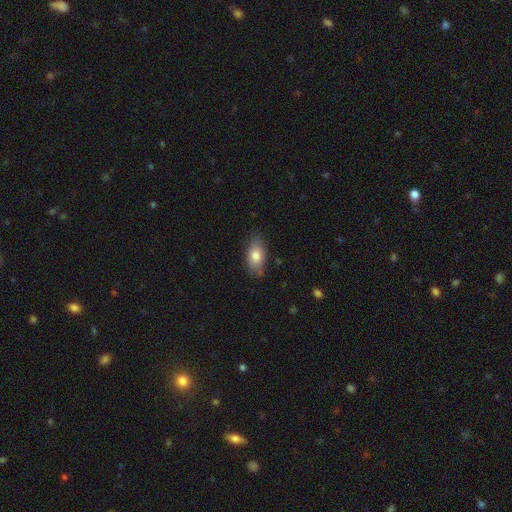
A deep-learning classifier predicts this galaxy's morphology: A smooth galaxy with no disk features (79%) that is in between round and cigar-shaped (89%).

Vote fractions:
- Smooth or featured? smooth: 79% / featured or disk: 13% / star or artifact: 7%
- How rounded? in between: 89% / round: 6% / cigar-shaped: 5%
- Merging? none: 79% / minor disturbance: 16% / major disturbance: 3% / merger: 1%